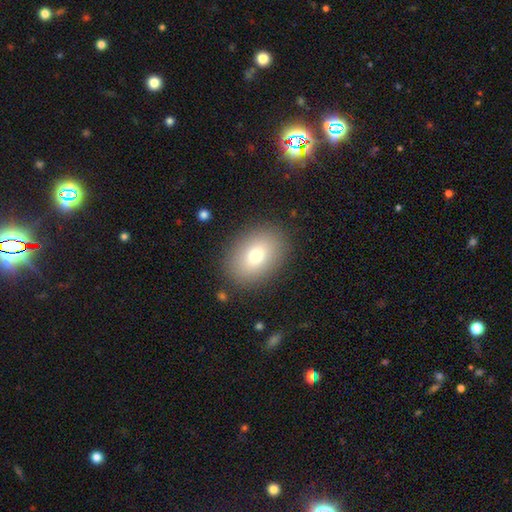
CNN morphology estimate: smooth_or_featured: smooth (p=0.78) [alt: featured or disk p=0.13]
how_rounded: in between (p=0.76) [alt: round p=0.23]
merging: none (p=0.86) [alt: minor disturbance p=0.09]